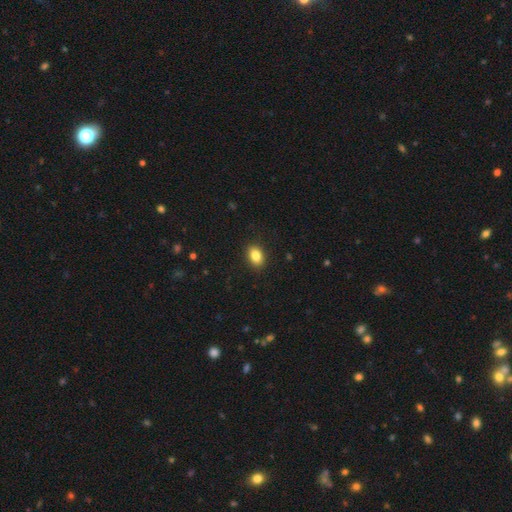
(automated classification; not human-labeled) This is clearly a smooth galaxy (84%). How rounded: likely in between (74%). Merging: clearly none (90%).